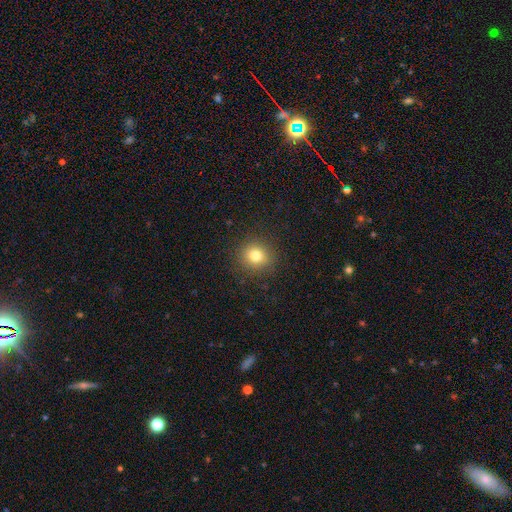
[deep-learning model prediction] Smooth or featured?
  - smooth: 79% *
  - star or artifact: 13%
  - featured or disk: 8%
How rounded?
  - round: 89% *
  - in between: 10%
  - cigar-shaped: 1%
Merging?
  - none: 89% *
  - minor disturbance: 7%
  - major disturbance: 3%
  - merger: 1%